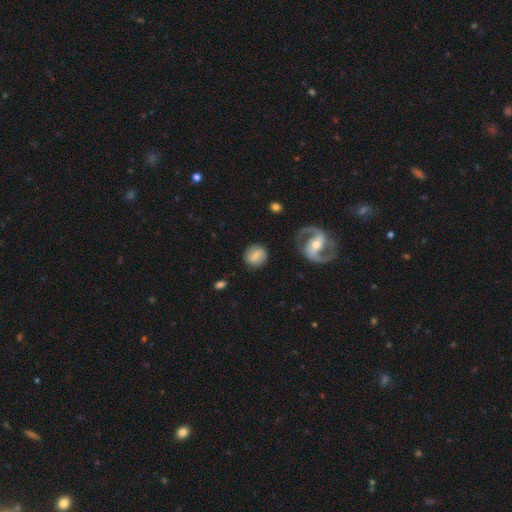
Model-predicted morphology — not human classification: Smooth or featured: smooth — 63% (featured or disk — 29%)
How rounded: round — 79% (in between — 20%)
Merging: none — 83% (minor disturbance — 11%)